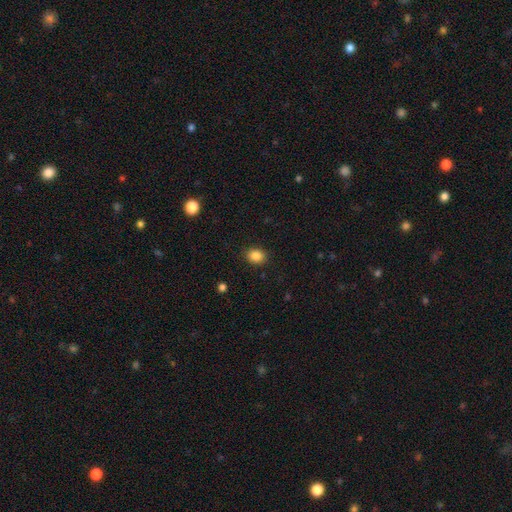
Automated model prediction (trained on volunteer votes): A smooth galaxy with no disk features (87%) that is round (54%). Merging: none (87%).